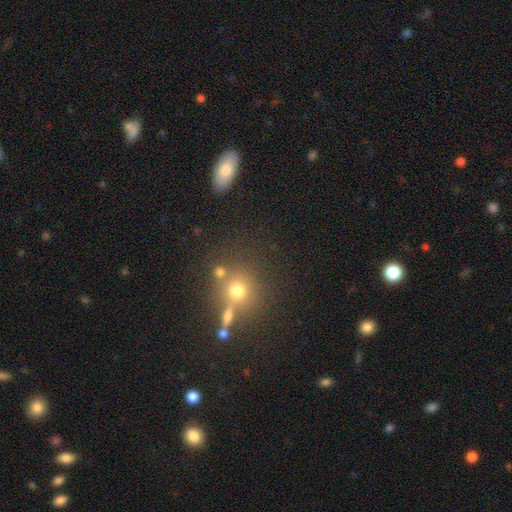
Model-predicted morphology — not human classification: Overall: smooth (50%; star or artifact 36%). How rounded: round (78%). Merging: none (63%).